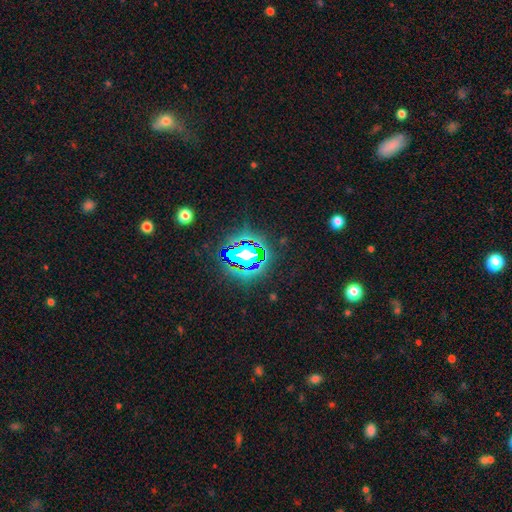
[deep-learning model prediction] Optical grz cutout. It shows a star or artifact, not a galaxy (79%).